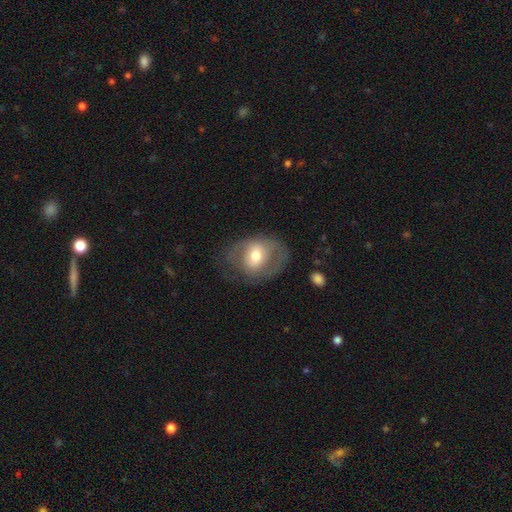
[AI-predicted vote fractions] Smooth or featured?
  - featured or disk: 49% *
  - smooth: 44%
  - star or artifact: 7%
Merging?
  - none: 56% *
  - minor disturbance: 22%
  - major disturbance: 20%
  - merger: 2%